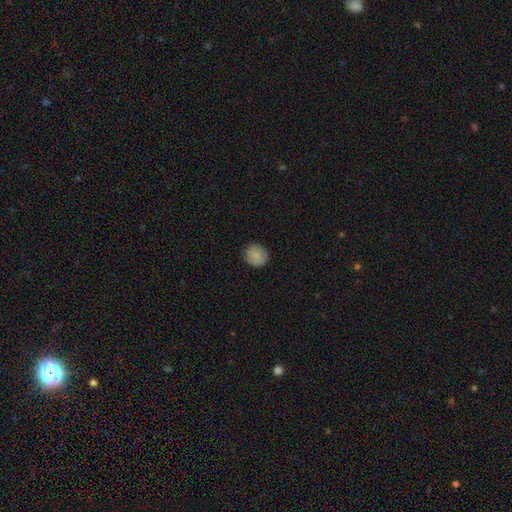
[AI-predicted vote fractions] This appears to be a smooth galaxy with no disk features (86%) that is round (86%). Merging: none (86%).